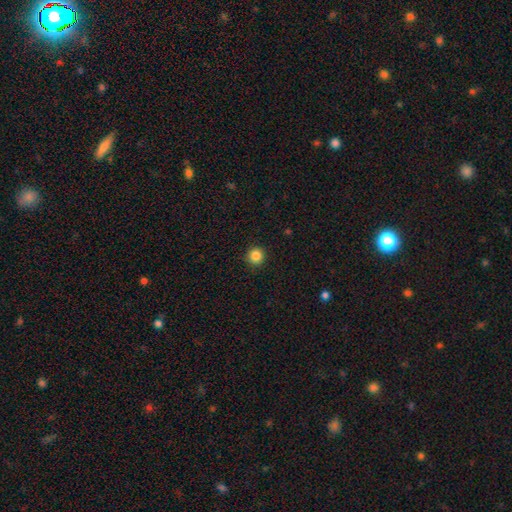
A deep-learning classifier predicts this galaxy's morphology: A smooth galaxy with no disk features (85%) that is round (94%). Merging: none (92%).